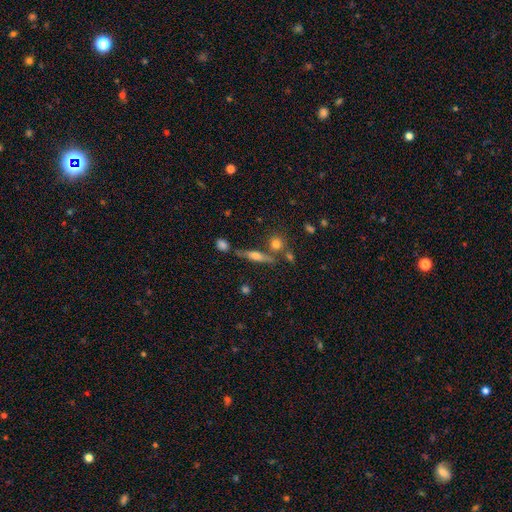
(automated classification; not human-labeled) Smooth or featured?
  - featured or disk: 47% *
  - smooth: 43%
  - star or artifact: 9%
Merging?
  - none: 70% *
  - minor disturbance: 14%
  - merger: 12%
  - major disturbance: 5%